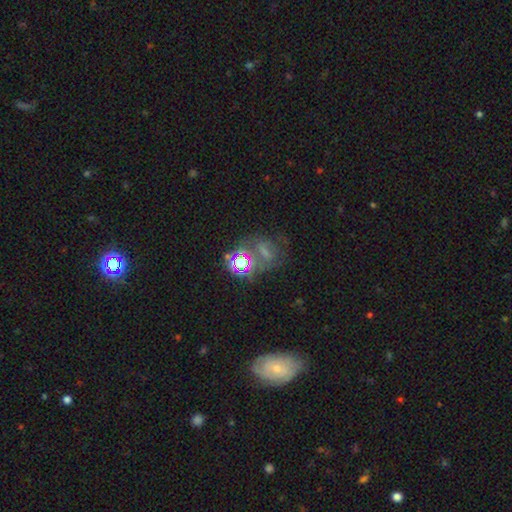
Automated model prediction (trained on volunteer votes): Overall: star or artifact (42%; smooth 35%).